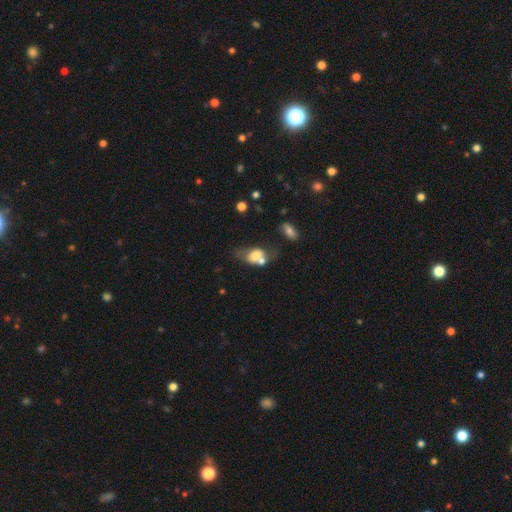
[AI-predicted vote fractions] The model was most divided on "merging": merger: 41%, none: 28%, minor disturbance: 17%, major disturbance: 13%. More confident: how rounded — in between (81%); smooth or featured — smooth (65%).